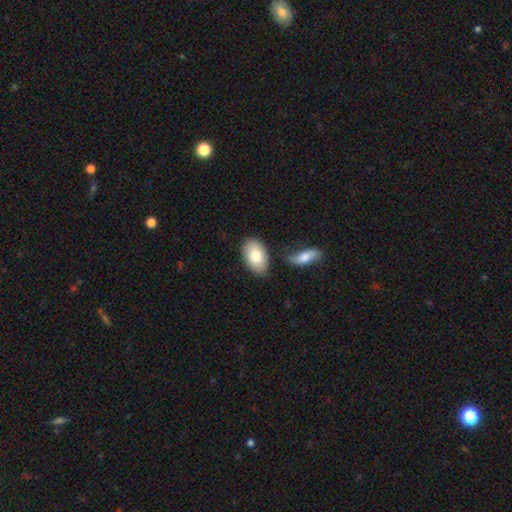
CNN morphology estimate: A smooth galaxy with no disk features (79%) that is in between round and cigar-shaped (93%).

Vote fractions:
- Smooth or featured? smooth: 79% / featured or disk: 15% / star or artifact: 6%
- How rounded? in between: 93% / round: 5% / cigar-shaped: 1%
- Merging? none: 78% / minor disturbance: 12% / merger: 8% / major disturbance: 3%